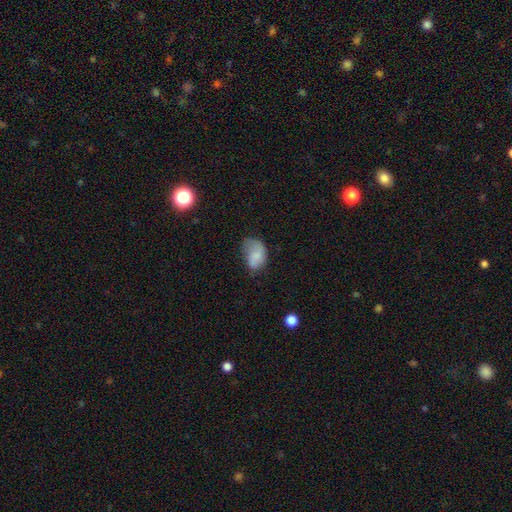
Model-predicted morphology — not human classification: This is likely a smooth galaxy (69%). How rounded: clearly in between (82%). Merging: marginally minor disturbance (37%).